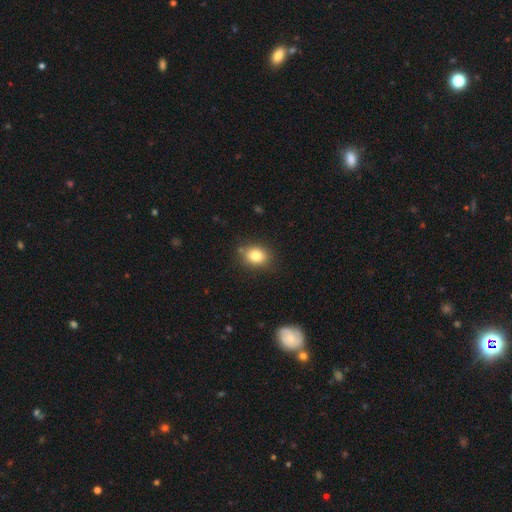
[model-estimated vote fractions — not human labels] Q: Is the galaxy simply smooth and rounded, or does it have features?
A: smooth — 82%.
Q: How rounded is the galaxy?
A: in between — 50%.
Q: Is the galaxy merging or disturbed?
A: none — 81%.